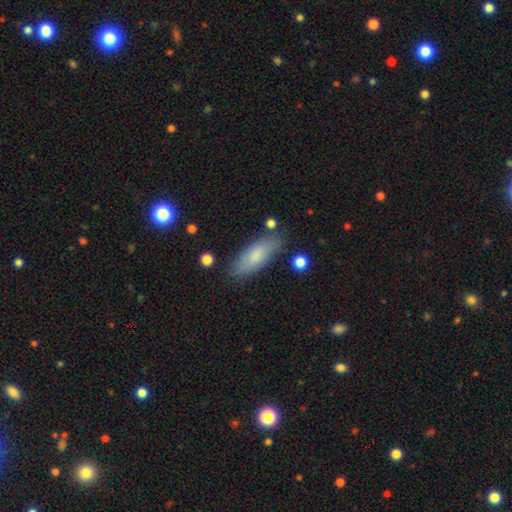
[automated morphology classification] type=smooth (77%); roundness=in between (66%); merging=none (80%).